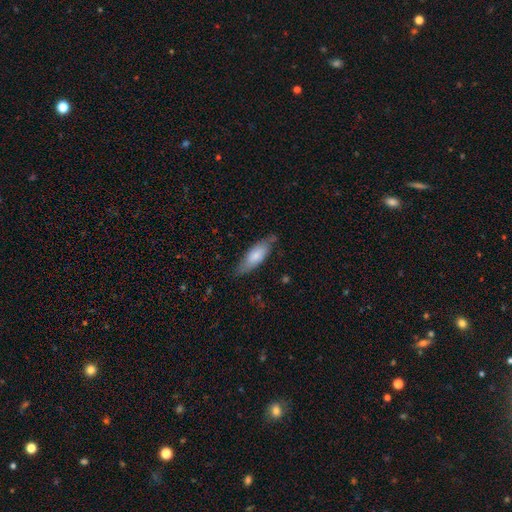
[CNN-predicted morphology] This is likely a smooth galaxy (71%). How rounded: likely in between (61%). Merging: likely none (71%).